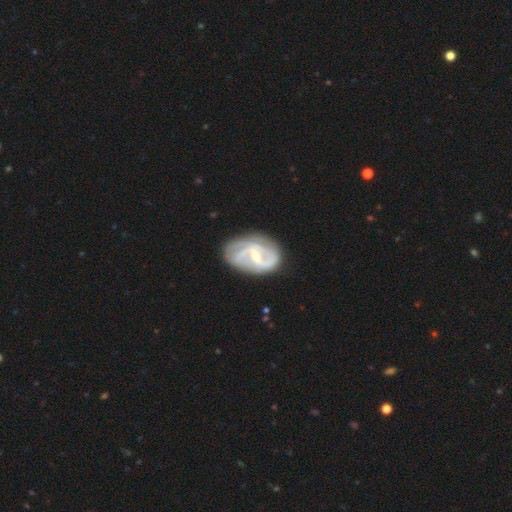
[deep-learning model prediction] smooth_or_featured: featured or disk (p=0.84) [alt: smooth p=0.11]
disk_edge_on: no (p=0.97) [alt: yes p=0.03]
bar: weak (p=0.52) [alt: strong p=0.28]
has_spiral_arms: yes (p=0.93) [alt: no p=0.07]
spiral_winding: medium (p=0.45) [alt: loose p=0.28]
spiral_arm_count: 2 (p=0.62) [alt: can't tell p=0.16]
bulge_size: small (p=0.60) [alt: moderate p=0.34]
merging: none (p=0.65) [alt: minor disturbance p=0.22]